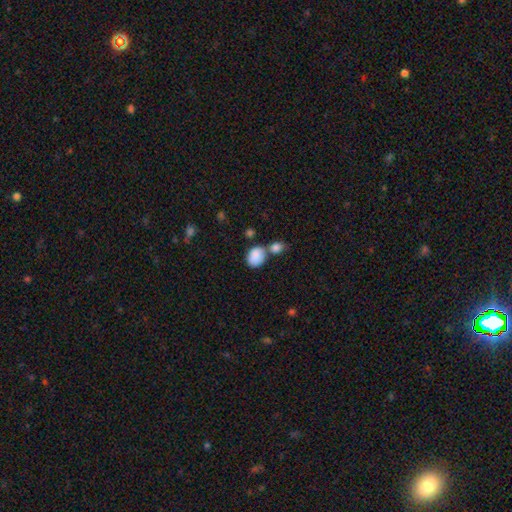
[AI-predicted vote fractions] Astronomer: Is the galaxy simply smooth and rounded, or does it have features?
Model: smooth — 87%.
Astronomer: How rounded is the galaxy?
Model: in between — 64%.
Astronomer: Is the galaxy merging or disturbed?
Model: none — 45% (runner-up: merger, 37%).